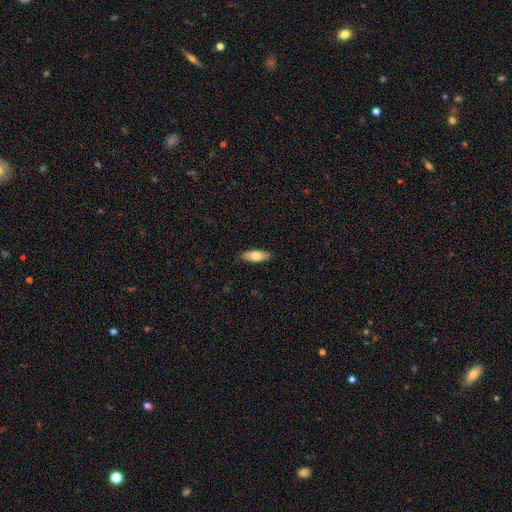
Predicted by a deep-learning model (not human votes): Q: Smooth or featured?
A: smooth (73%); runner-up: featured or disk (21%)
Q: How rounded?
A: in between (69%); runner-up: cigar-shaped (29%)
Q: Merging?
A: none (86%); runner-up: minor disturbance (11%)